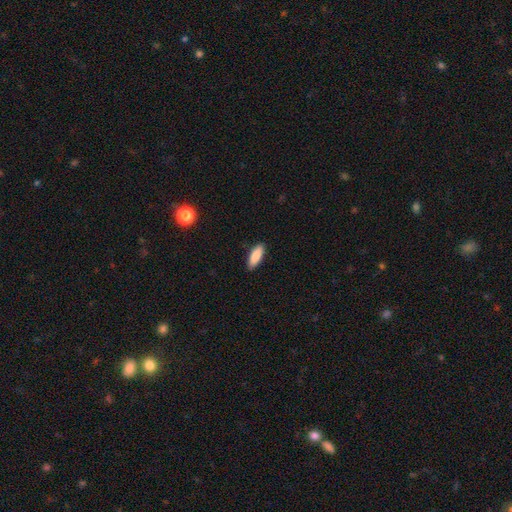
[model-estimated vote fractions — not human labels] Smooth or featured? smooth (88%)
How rounded? in between (65%)
Merging? none (89%)